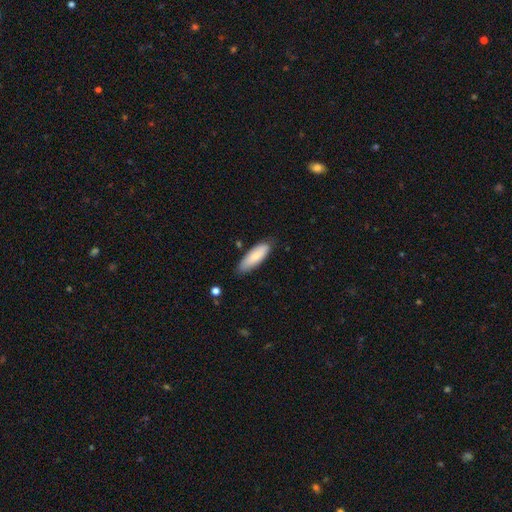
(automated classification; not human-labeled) Smooth or featured: smooth — 80% (featured or disk — 14%)
How rounded: in between — 60% (cigar-shaped — 38%)
Merging: none — 81% (minor disturbance — 15%)